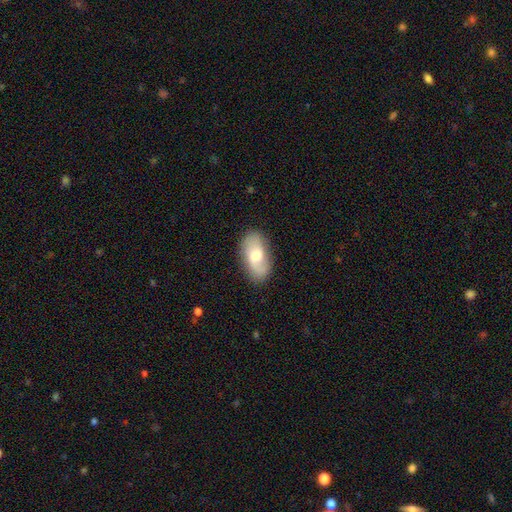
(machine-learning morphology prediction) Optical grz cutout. It shows a smooth galaxy with no disk features (53%) that is in between round and cigar-shaped (91%). Merging: none (80%).